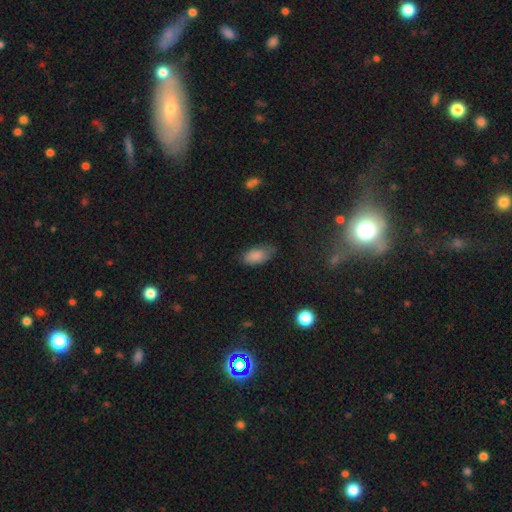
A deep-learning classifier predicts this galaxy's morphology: type=smooth (86%); roundness=in between (93%); merging=none (67%).